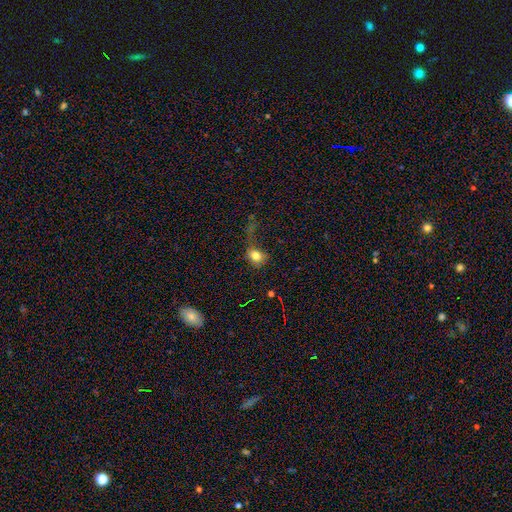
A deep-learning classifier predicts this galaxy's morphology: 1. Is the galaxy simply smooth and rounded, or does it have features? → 78% smooth, 11% star or artifact, 10% featured or disk.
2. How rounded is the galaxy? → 52% in between, 46% round, 2% cigar-shaped.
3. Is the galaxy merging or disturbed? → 36% major disturbance (tied), 36% none (tied), 22% minor disturbance, 6% merger.